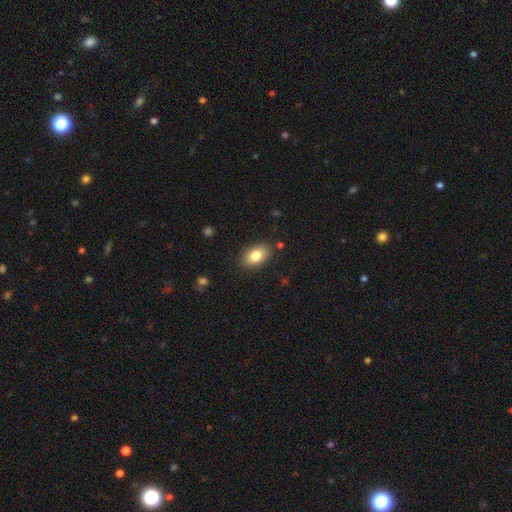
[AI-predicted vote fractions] smooth 81%, featured or disk 11%, star or artifact 8%. Down the decision tree: how rounded — in between (90%); merging — none (86%).